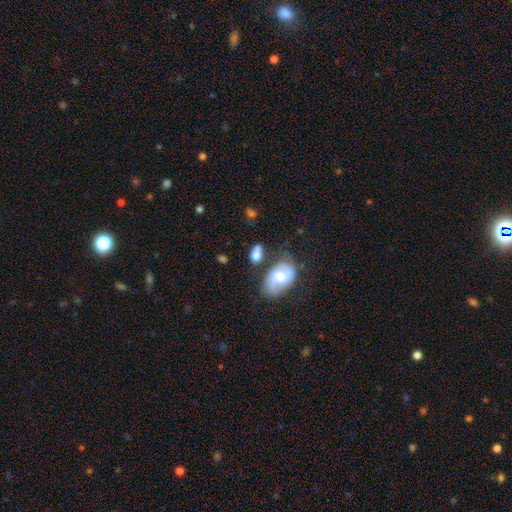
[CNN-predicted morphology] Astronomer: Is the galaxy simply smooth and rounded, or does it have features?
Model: smooth — 72%.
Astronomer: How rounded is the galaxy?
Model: in between — 82%.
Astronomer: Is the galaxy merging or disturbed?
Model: none — 55%.